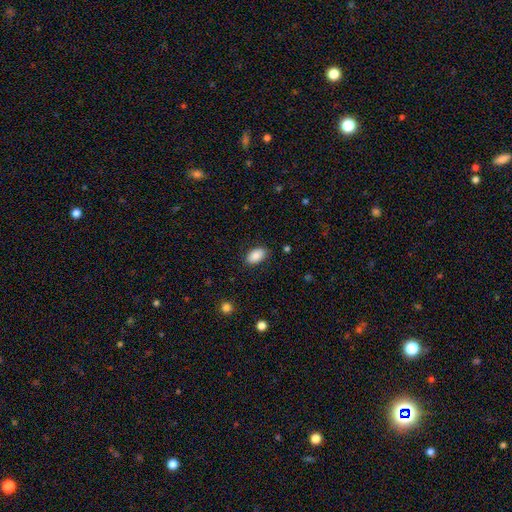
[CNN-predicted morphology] Smooth or featured? smooth (86%)
How rounded? in between (91%)
Merging? none (85%)